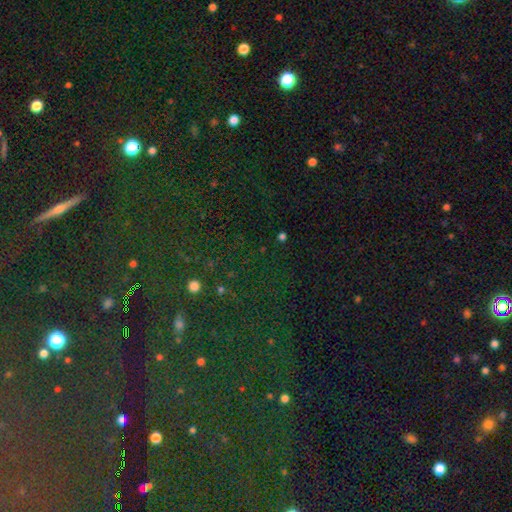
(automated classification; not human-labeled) This appears to be a star or artifact, not a galaxy (80%).